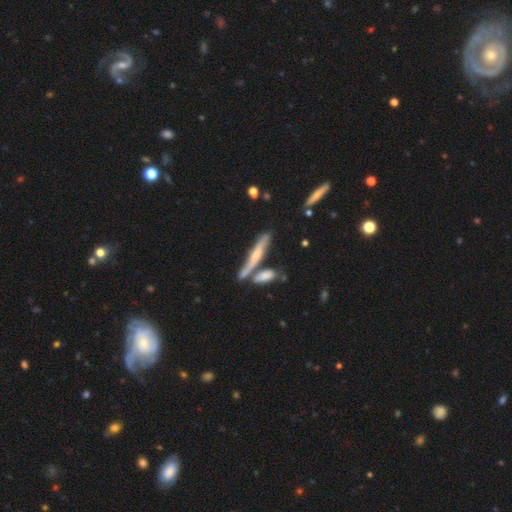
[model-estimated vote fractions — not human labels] A featured or disk galaxy (57%) viewed edge-on (89%) with a rounded central bulge (69%).

Vote fractions:
- Smooth or featured? featured or disk: 57% / smooth: 34% / star or artifact: 8%
- Edge-on disk? yes: 89% / no: 11%
- Edge-on bulge? rounded: 69% / none: 22% / boxy: 9%
- Merging? none: 58% / merger: 25% / minor disturbance: 12% / major disturbance: 4%